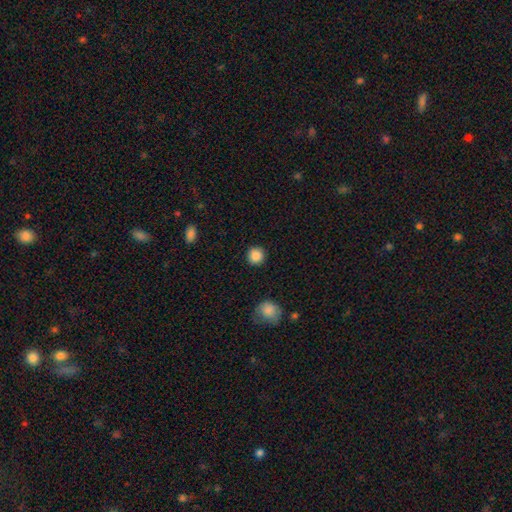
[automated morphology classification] Q: Smooth or featured?
A: smooth (87%); runner-up: star or artifact (9%)
Q: How rounded?
A: round (94%); runner-up: in between (5%)
Q: Merging?
A: none (91%); runner-up: minor disturbance (6%)